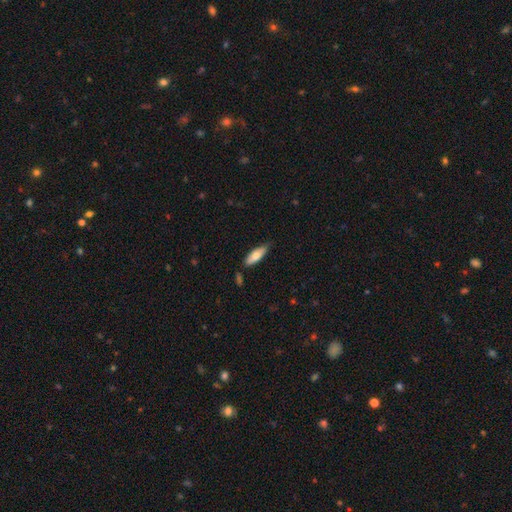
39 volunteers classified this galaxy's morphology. Volunteers were most divided on "how rounded": in between: 57%, cigar-shaped: 43%, round: 0%. More confident: smooth or featured — smooth (72%); merging — none (67%).